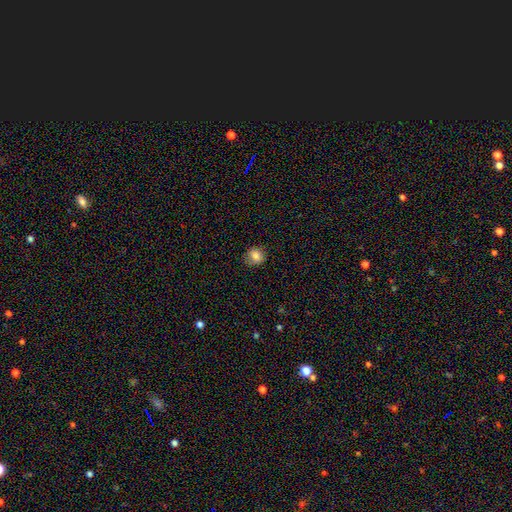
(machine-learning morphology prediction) A smooth galaxy with no disk features (81%) that is round (77%).

Vote fractions:
- Smooth or featured? smooth: 81% / star or artifact: 10% / featured or disk: 9%
- How rounded? round: 77% / in between: 22% / cigar-shaped: 1%
- Merging? none: 81% / minor disturbance: 15% / major disturbance: 3% / merger: 1%